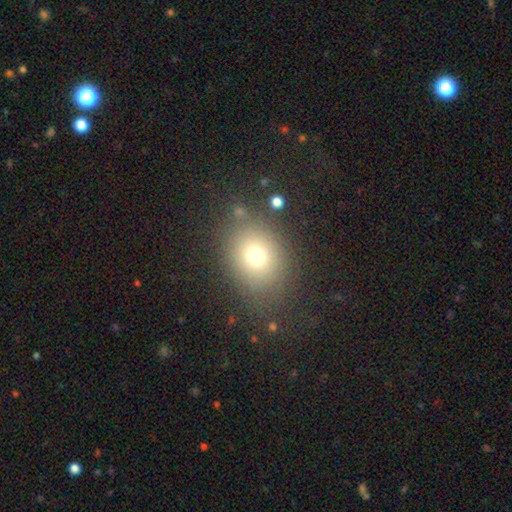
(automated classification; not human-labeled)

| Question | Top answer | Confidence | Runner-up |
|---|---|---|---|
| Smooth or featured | smooth | 72% | star or artifact (17%) |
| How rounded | round | 61% | in between (38%) |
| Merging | none | 79% | minor disturbance (11%) |